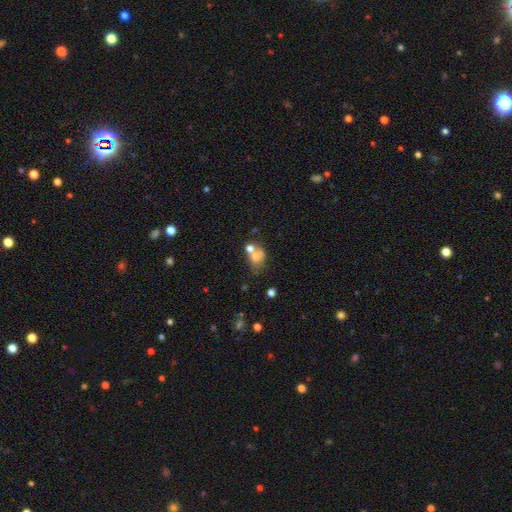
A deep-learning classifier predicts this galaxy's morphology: smooth_or_featured: smooth (p=0.65) [alt: featured or disk p=0.22]
how_rounded: in between (p=0.51) [alt: round p=0.47]
merging: merger (p=0.43) [alt: none p=0.33]